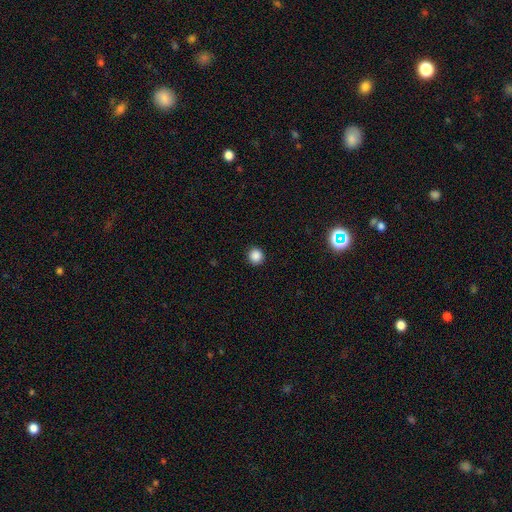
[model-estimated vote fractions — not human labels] smooth 87%, star or artifact 10%, featured or disk 2%. Down the decision tree: how rounded — round (94%); merging — none (93%).